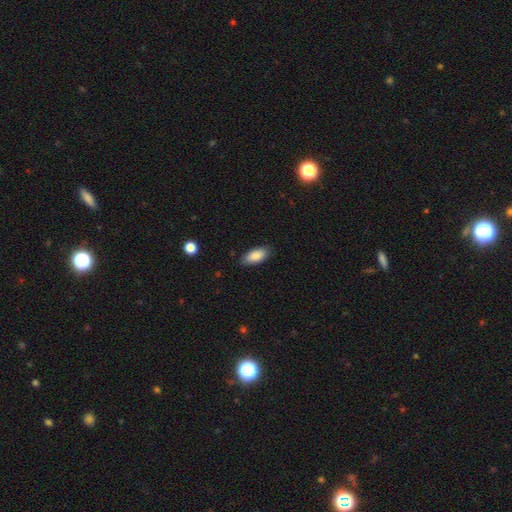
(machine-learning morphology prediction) smooth 87%, featured or disk 7%, star or artifact 6%. Down the decision tree: how rounded — in between (89%); merging — none (86%).